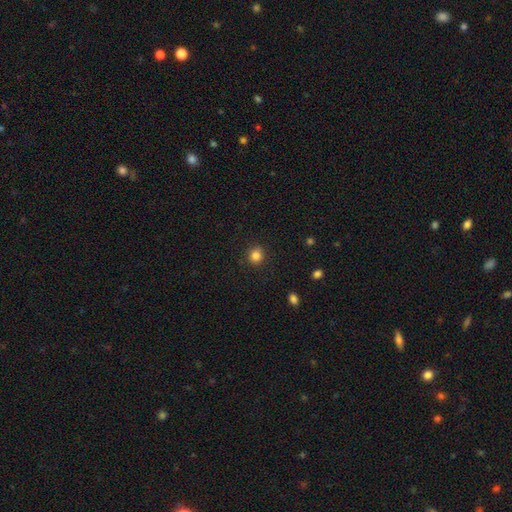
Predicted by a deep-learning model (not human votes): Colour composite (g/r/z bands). It shows a smooth galaxy with no disk features (84%) that is round (84%). Merging: none (88%).